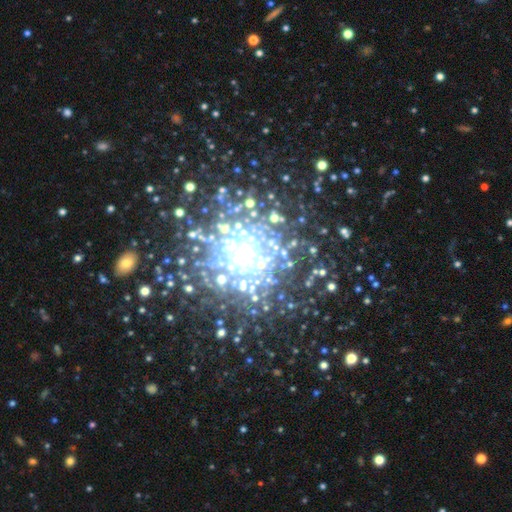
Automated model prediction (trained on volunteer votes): smooth-or-featured: featured or disk: 48% | star or artifact: 36% | smooth: 16%
  merging: none: 64% | major disturbance: 15% | minor disturbance: 13% | merger: 7%